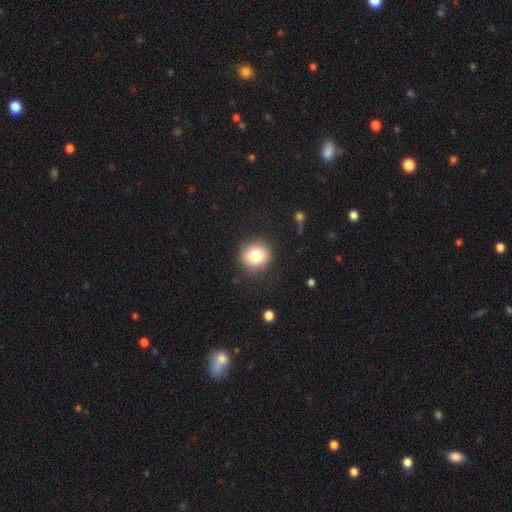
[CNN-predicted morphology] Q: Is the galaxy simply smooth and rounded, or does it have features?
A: smooth — 80%.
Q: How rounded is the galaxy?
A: round — 88%.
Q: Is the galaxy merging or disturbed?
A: none — 87%.